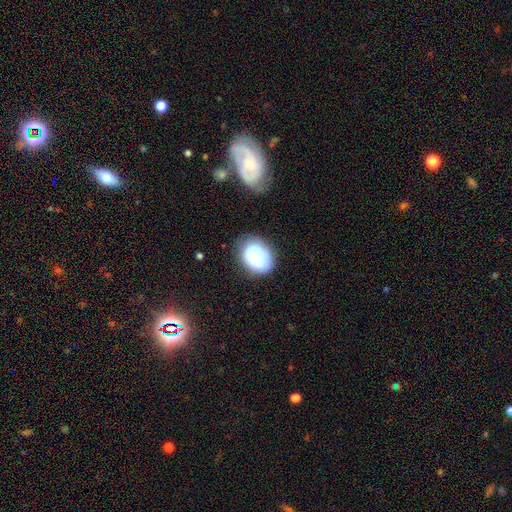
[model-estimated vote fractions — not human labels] Morphology: type=smooth (73%); roundness=in between (60%); merging=none (60%).